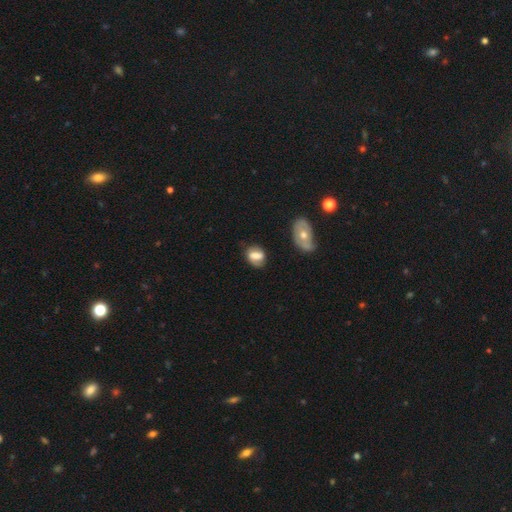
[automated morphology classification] smooth_or_featured: smooth (p=0.59) [alt: featured or disk p=0.33]
how_rounded: in between (p=0.73) [alt: round p=0.25]
merging: none (p=0.62) [alt: minor disturbance p=0.26]